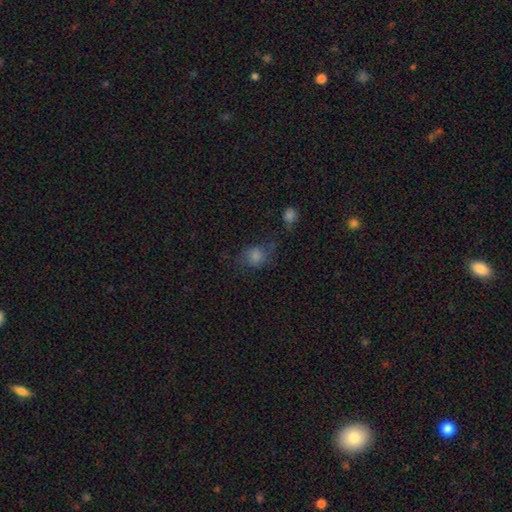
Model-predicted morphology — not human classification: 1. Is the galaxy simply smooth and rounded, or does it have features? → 61% smooth, 20% star or artifact, 19% featured or disk.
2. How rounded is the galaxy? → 59% round, 39% in between, 2% cigar-shaped.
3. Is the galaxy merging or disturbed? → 54% none, 23% minor disturbance, 16% major disturbance, 6% merger.